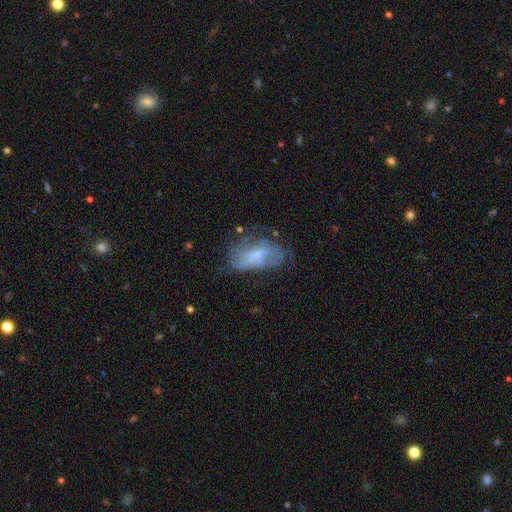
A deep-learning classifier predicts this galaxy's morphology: Smooth or featured?
  - featured or disk: 54% *
  - smooth: 37%
  - star or artifact: 9%
Edge-on disk?
  - no: 94% *
  - yes: 6%
Bar?
  - no: 54% *
  - weak: 38%
  - strong: 8%
Spiral arms?
  - yes: 54% *
  - no: 46%
Bulge size?
  - small: 44% *
  - moderate: 28%
  - none: 24%
  - large: 3%
  - dominant: 1%
Merging?
  - none: 46% *
  - minor disturbance: 28%
  - major disturbance: 22%
  - merger: 3%